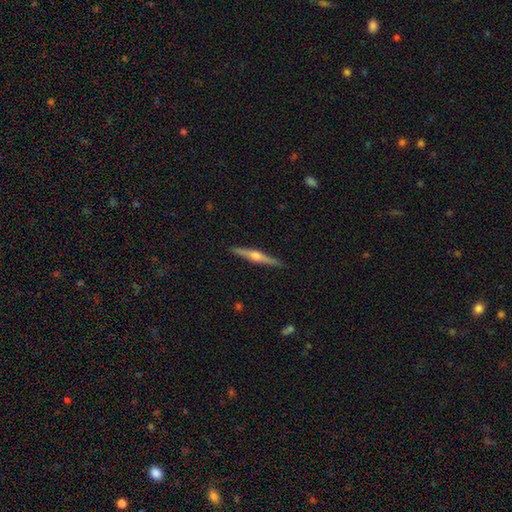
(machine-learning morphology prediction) smooth-or-featured: featured or disk: 77% | smooth: 17% | star or artifact: 6%
  disk-edge-on: yes: 98% | no: 2%
    edge-on-bulge: rounded: 91% | boxy: 5% | none: 4%
  merging: none: 91% | minor disturbance: 6% | major disturbance: 1% | merger: 1%